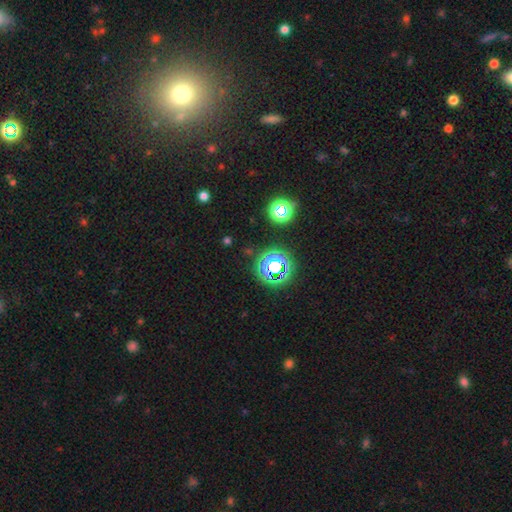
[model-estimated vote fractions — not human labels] Smooth or featured?
  - star or artifact: 70% *
  - smooth: 22%
  - featured or disk: 8%